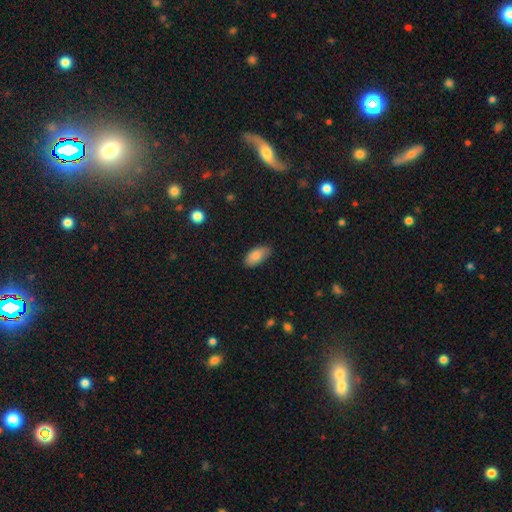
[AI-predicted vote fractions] This is clearly a smooth galaxy (85%). How rounded: clearly in between (93%). Merging: clearly none (80%).